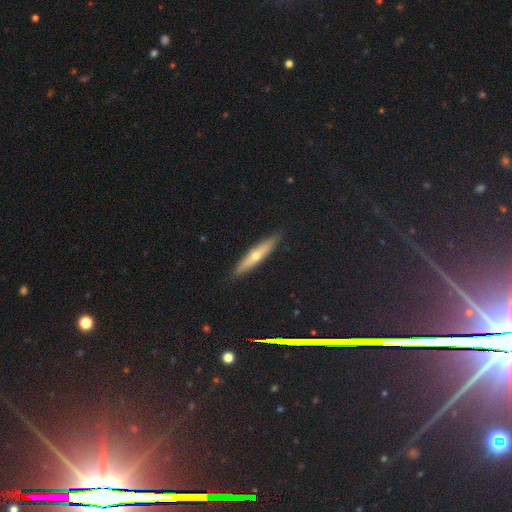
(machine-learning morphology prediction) Smooth or featured? featured or disk (50%)
Edge-on disk? yes (86%)
Merging? none (89%)